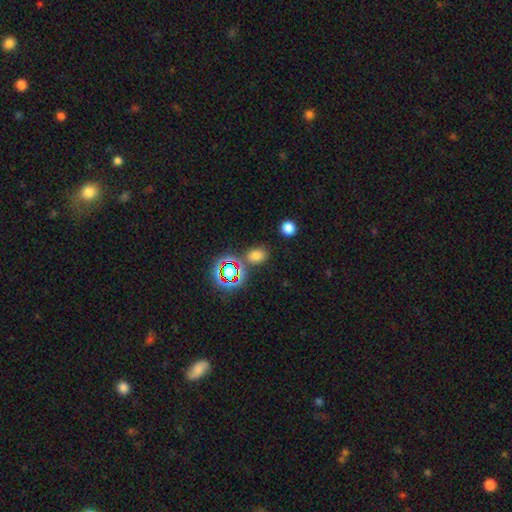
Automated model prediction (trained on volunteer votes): Overall: smooth (67%). How rounded: in between (60%; round 38%). Merging: none (77%).